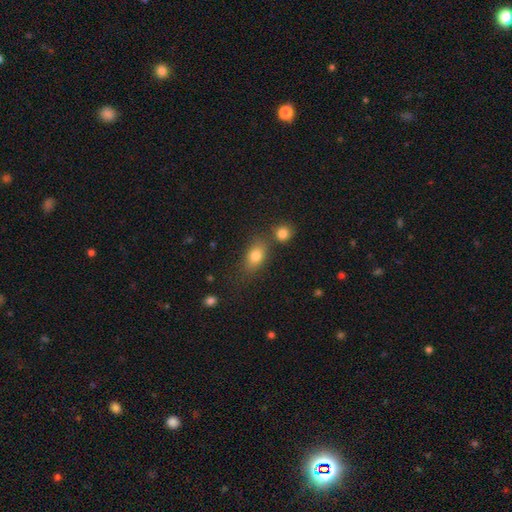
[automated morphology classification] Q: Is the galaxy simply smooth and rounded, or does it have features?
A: smooth — 79%.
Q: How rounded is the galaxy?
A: in between — 79%.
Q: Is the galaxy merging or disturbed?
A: none — 63%.